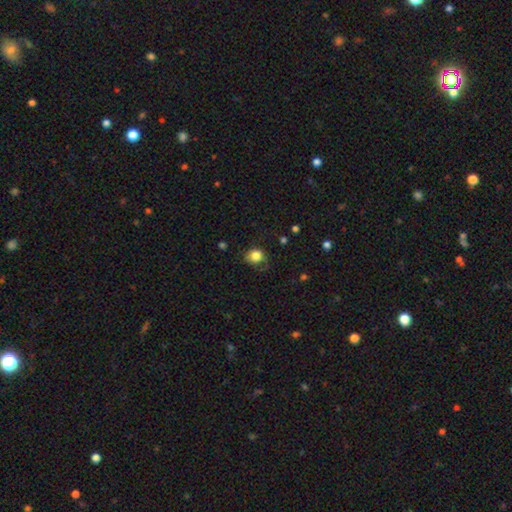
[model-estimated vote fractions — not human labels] smooth-or-featured: smooth: 82% | star or artifact: 10% | featured or disk: 8%
  how-rounded: round: 73% | in between: 26% | cigar-shaped: 1%
  merging: none: 62% | minor disturbance: 26% | major disturbance: 11% | merger: 2%